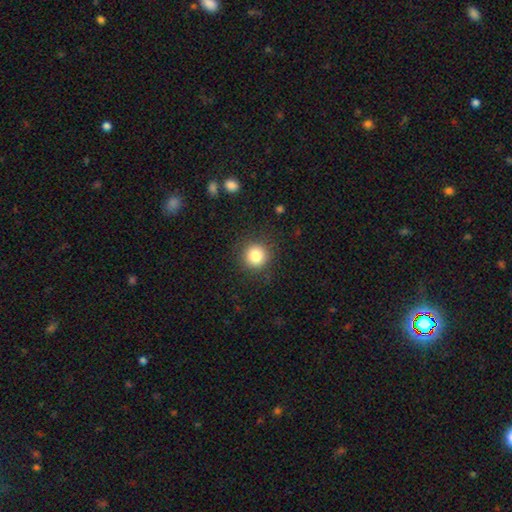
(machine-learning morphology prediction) This is clearly a smooth galaxy (83%). How rounded: clearly round (94%). Merging: clearly none (89%).